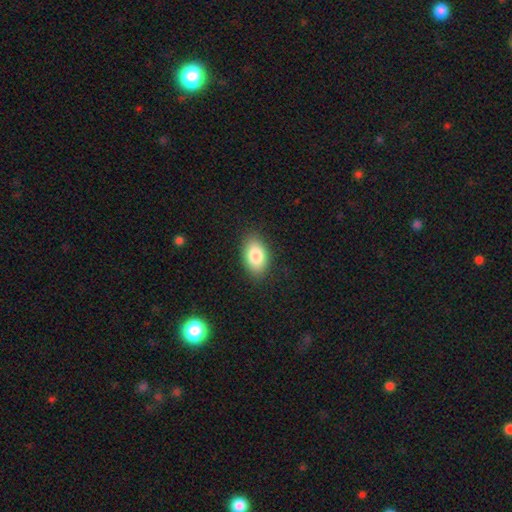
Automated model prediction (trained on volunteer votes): A smooth galaxy with no disk features (85%) that is in between round and cigar-shaped (91%).

Vote fractions:
- Smooth or featured? smooth: 85% / featured or disk: 8% / star or artifact: 7%
- How rounded? in between: 91% / round: 8% / cigar-shaped: 1%
- Merging? none: 86% / minor disturbance: 10% / major disturbance: 3% / merger: 1%